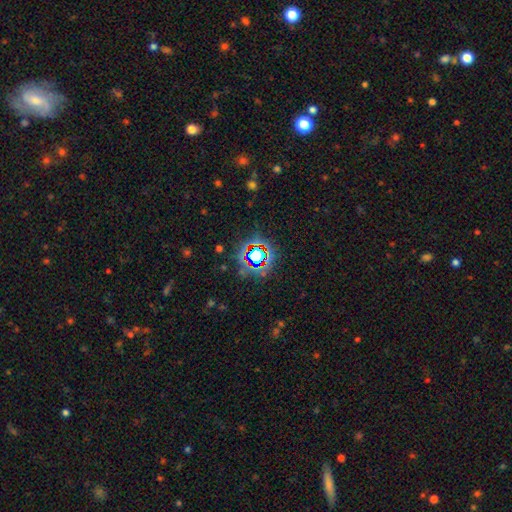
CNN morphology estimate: Smooth or featured?
  - star or artifact: 68% *
  - smooth: 21%
  - featured or disk: 11%